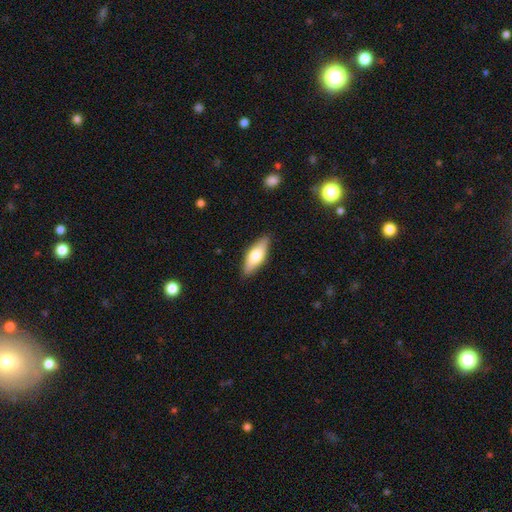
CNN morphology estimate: smooth_or_featured: smooth (p=0.65) [alt: featured or disk p=0.29]
how_rounded: in between (p=0.67) [alt: cigar-shaped p=0.31]
merging: none (p=0.87) [alt: minor disturbance p=0.10]